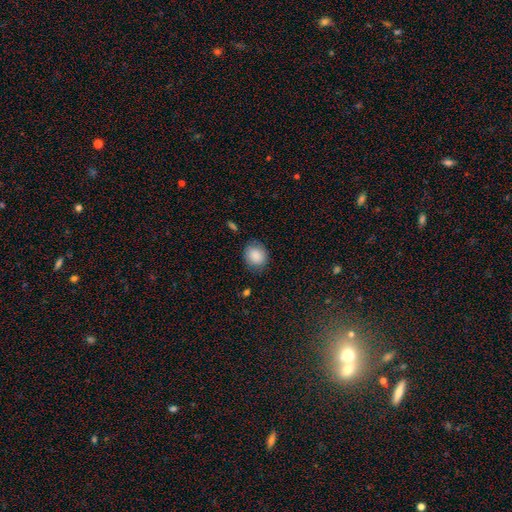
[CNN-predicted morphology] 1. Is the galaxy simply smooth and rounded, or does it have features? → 88% smooth, 8% star or artifact, 5% featured or disk.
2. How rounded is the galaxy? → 65% round, 34% in between, 1% cigar-shaped.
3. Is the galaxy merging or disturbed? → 82% none, 13% minor disturbance, 3% major disturbance, 1% merger.